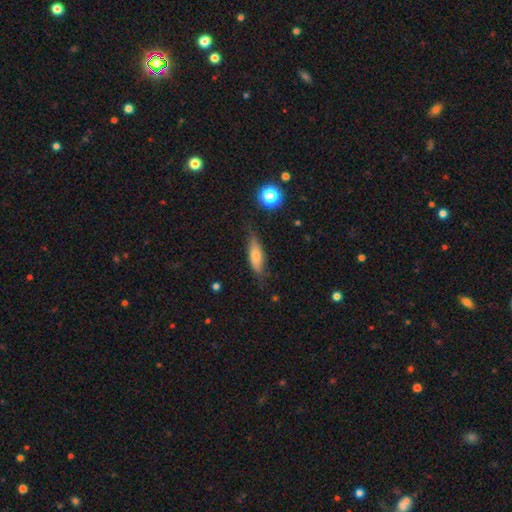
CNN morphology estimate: The model was most divided on "how rounded": in between: 53%, cigar-shaped: 43%, round: 3%. More confident: merging — none (72%); smooth or featured — smooth (64%).